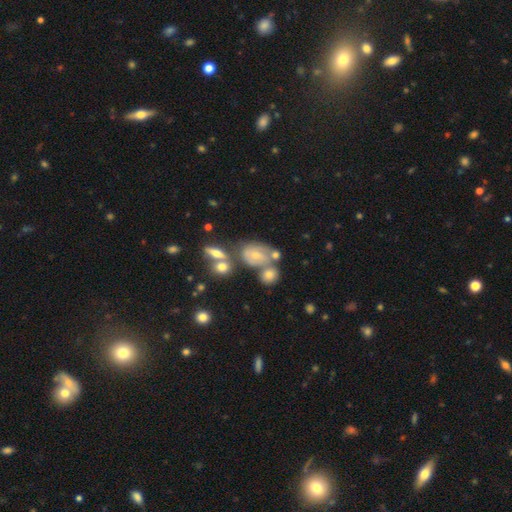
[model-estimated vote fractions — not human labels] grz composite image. It shows a smooth galaxy with no disk features (45%). Merging: none (39%).